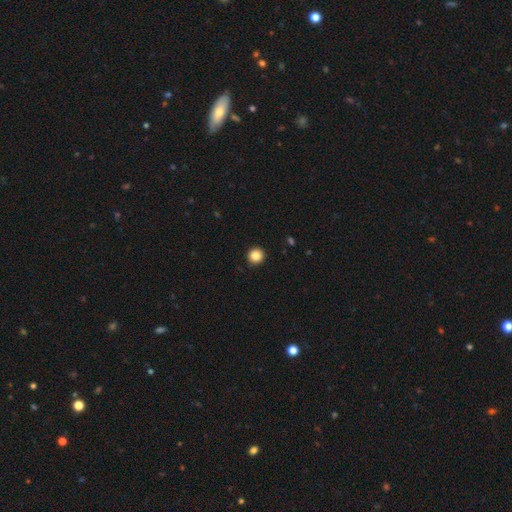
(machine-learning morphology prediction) Smooth or featured? smooth (87%)
How rounded? round (95%)
Merging? none (92%)